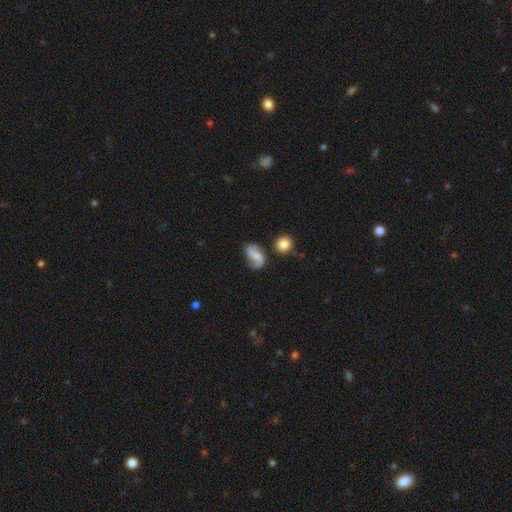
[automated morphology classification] type=featured or disk (75%); edge-on=no (98%); bar=weak (46%); spiral arms=yes (94%); winding=loose (55%); arm count=2 (87%); bulge=small (35%); merging=none (66%).